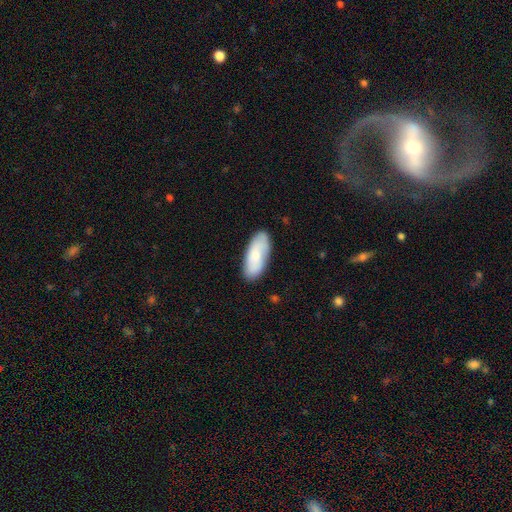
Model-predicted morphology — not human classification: The model was most divided on "smooth or featured": smooth: 77%, featured or disk: 17%, star or artifact: 6%. More confident: how rounded — in between (85%); merging — none (82%).